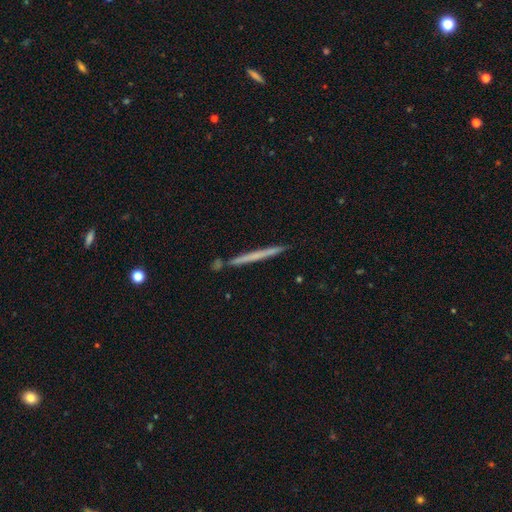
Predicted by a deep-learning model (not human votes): smooth 50%, featured or disk 44%, star or artifact 6%. Down the decision tree: merging — none (88%).